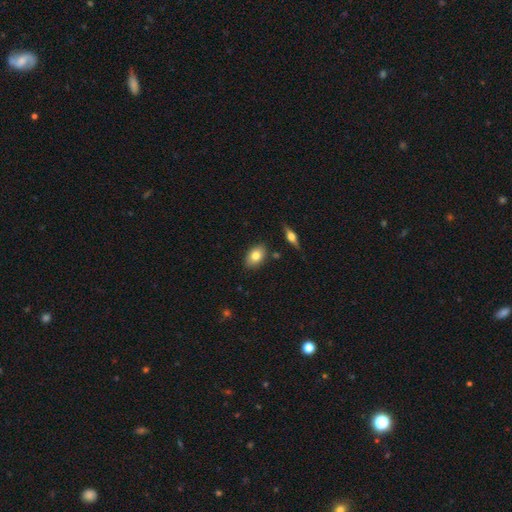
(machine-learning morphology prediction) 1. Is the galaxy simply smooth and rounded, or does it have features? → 78% smooth, 15% featured or disk, 7% star or artifact.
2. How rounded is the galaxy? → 85% in between, 13% round, 2% cigar-shaped.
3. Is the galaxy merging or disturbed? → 84% none, 10% minor disturbance, 4% merger, 2% major disturbance.